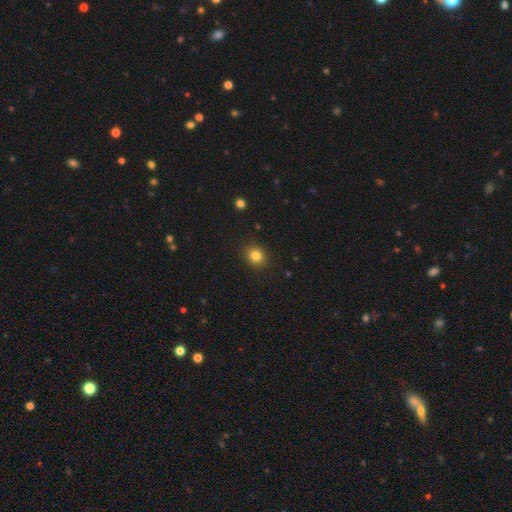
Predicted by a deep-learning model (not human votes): Overall: smooth (83%). How rounded: round (71%). Merging: none (90%).